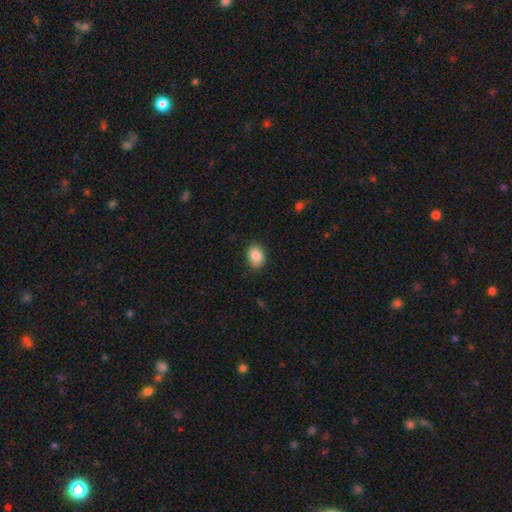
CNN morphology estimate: smooth-or-featured: smooth: 86% | star or artifact: 8% | featured or disk: 6%
  how-rounded: in between: 68% | round: 31% | cigar-shaped: 1%
  merging: none: 83% | minor disturbance: 13% | major disturbance: 2% | merger: 1%